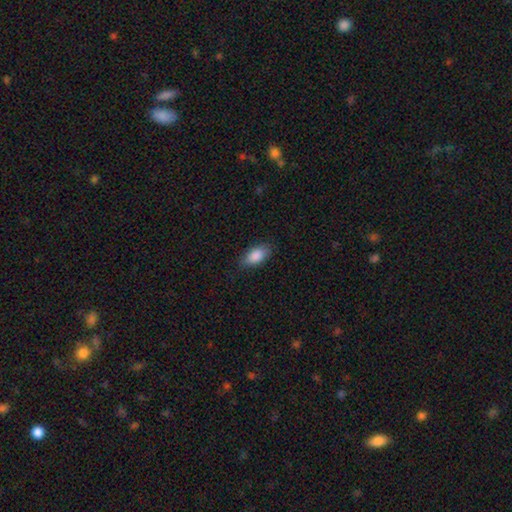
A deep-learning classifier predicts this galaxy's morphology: Smooth or featured: smooth — 88% (star or artifact — 7%)
How rounded: in between — 92% (round — 4%)
Merging: none — 81% (minor disturbance — 14%)